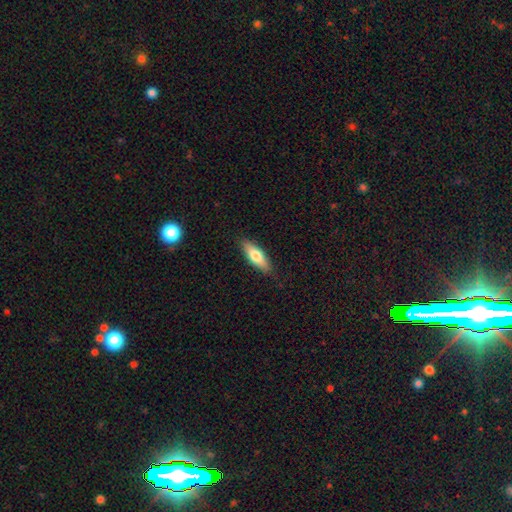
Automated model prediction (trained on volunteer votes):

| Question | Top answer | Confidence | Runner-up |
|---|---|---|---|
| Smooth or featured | smooth | 68% | featured or disk (26%) |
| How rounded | in between | 54% | cigar-shaped (44%) |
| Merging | none | 87% | minor disturbance (10%) |